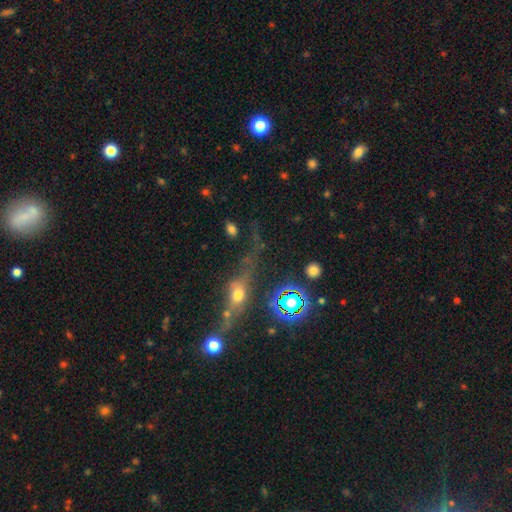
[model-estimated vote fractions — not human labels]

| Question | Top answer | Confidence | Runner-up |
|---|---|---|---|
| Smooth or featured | featured or disk | 52% | star or artifact (29%) |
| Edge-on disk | yes | 71% | no (29%) |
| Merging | none | 61% | minor disturbance (14%) |